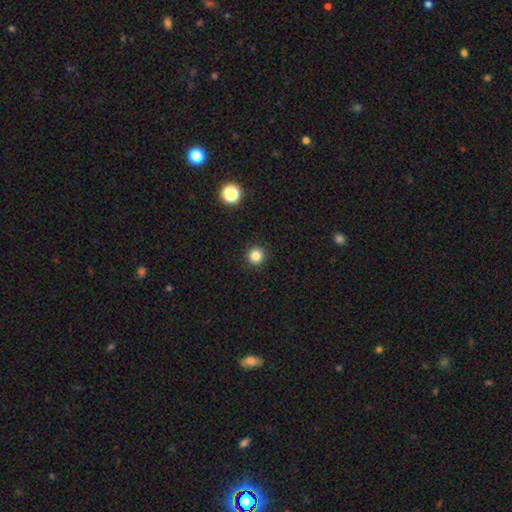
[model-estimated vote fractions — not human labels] Smooth or featured: smooth — 84% (star or artifact — 12%)
How rounded: round — 96% (in between — 3%)
Merging: none — 93% (minor disturbance — 4%)